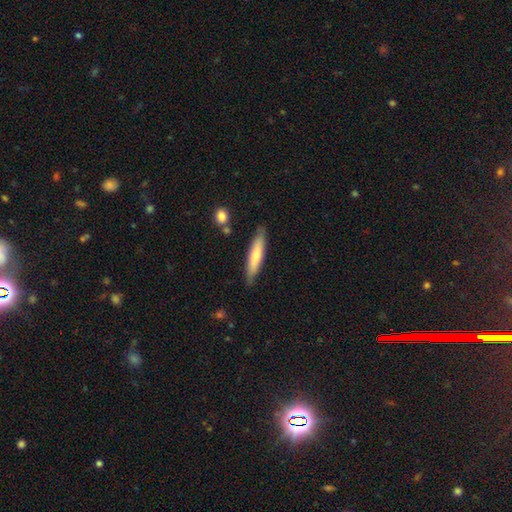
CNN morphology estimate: This is likely a smooth galaxy (63%). How rounded: clearly cigar-shaped (87%). Merging: clearly none (85%).